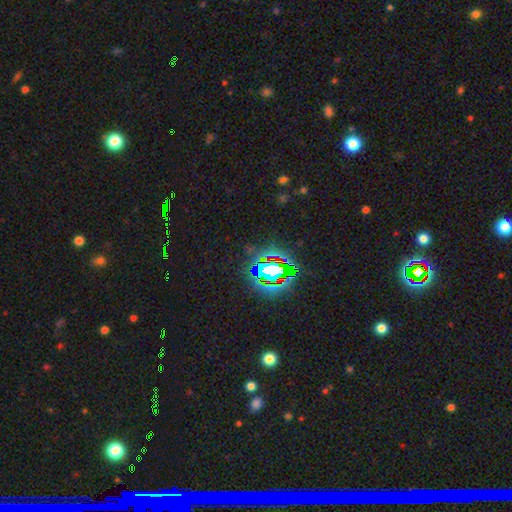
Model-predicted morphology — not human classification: The model was most divided on "smooth or featured": star or artifact: 84%, smooth: 9%, featured or disk: 7%.